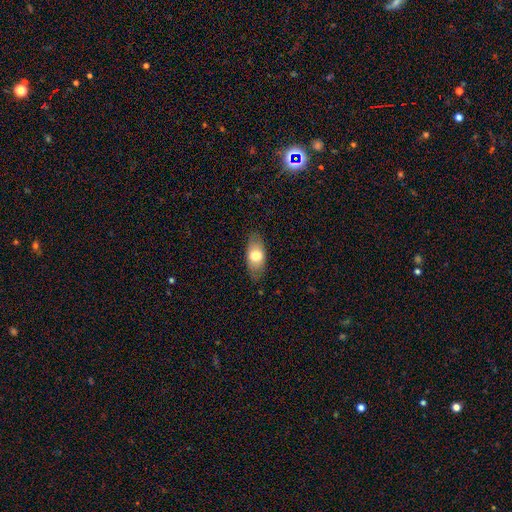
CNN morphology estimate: smooth-or-featured: smooth: 72% | featured or disk: 22% | star or artifact: 6%
  how-rounded: in between: 90% | cigar-shaped: 6% | round: 4%
  merging: none: 83% | minor disturbance: 13% | major disturbance: 3% | merger: 1%